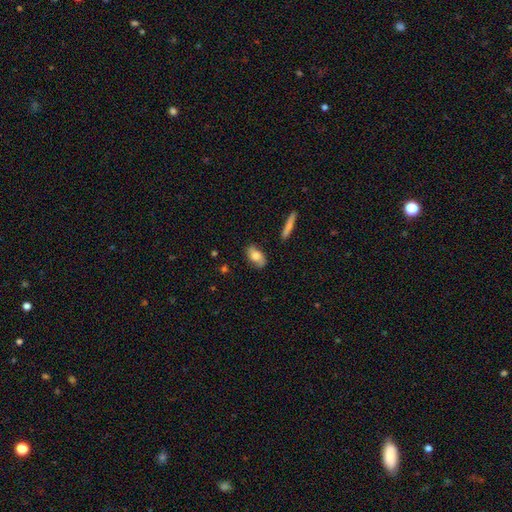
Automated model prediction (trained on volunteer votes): Smooth or featured? Predicted: smooth (p=0.68). How rounded? Predicted: in between (p=0.88). Merging? Predicted: none (p=0.79).